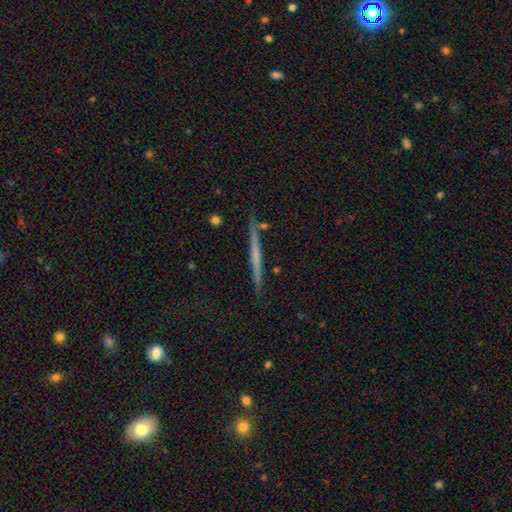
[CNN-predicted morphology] This appears to be a featured or disk galaxy (59%) viewed edge-on (98%) with no central bulge (78%). Merging: none (88%).